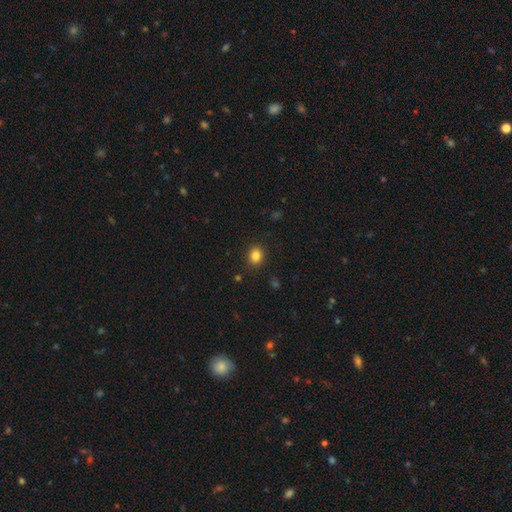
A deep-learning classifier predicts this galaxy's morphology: Smooth or featured? Predicted: smooth (p=0.84). How rounded? Predicted: in between (p=0.51). Merging? Predicted: none (p=0.88).